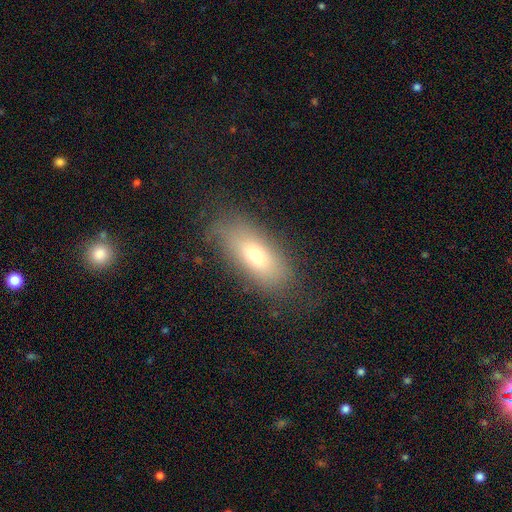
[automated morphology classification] Q: Smooth or featured?
A: smooth (67%); runner-up: featured or disk (22%)
Q: How rounded?
A: in between (81%); runner-up: cigar-shaped (14%)
Q: Merging?
A: none (74%); runner-up: minor disturbance (17%)